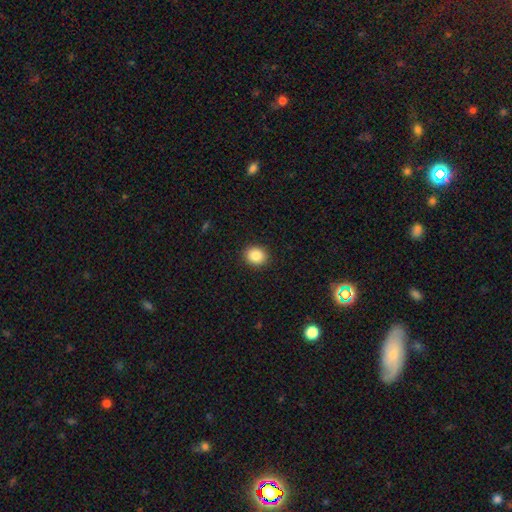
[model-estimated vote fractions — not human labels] A smooth galaxy with no disk features (86%) that is round (67%). Merging: none (91%).